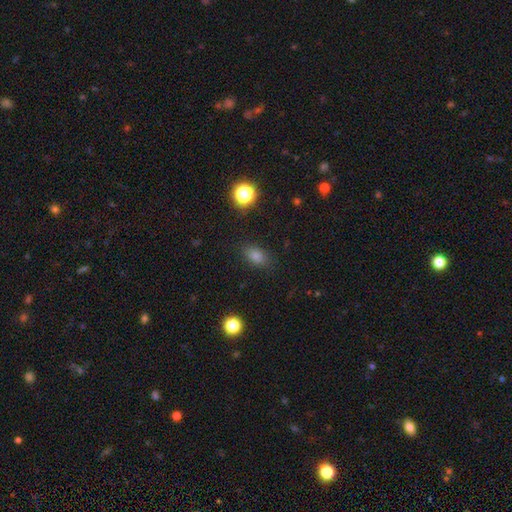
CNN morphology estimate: smooth-or-featured: smooth: 77% | star or artifact: 17% | featured or disk: 6%
  how-rounded: in between: 80% | round: 17% | cigar-shaped: 3%
  merging: none: 86% | minor disturbance: 10% | major disturbance: 3% | merger: 1%